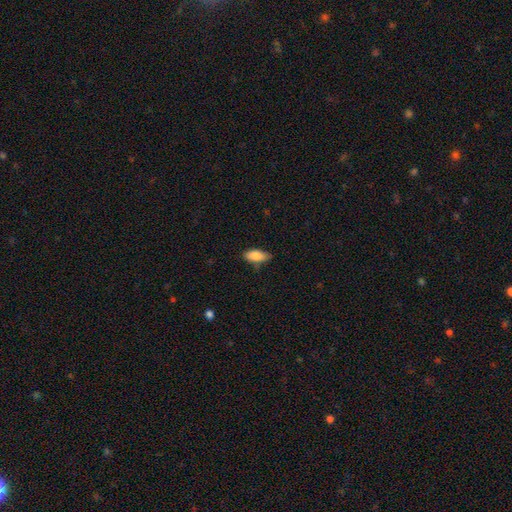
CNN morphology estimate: smooth_or_featured: smooth (p=0.84) [alt: featured or disk p=0.09]
how_rounded: in between (p=0.84) [alt: cigar-shaped p=0.13]
merging: none (p=0.73) [alt: minor disturbance p=0.22]